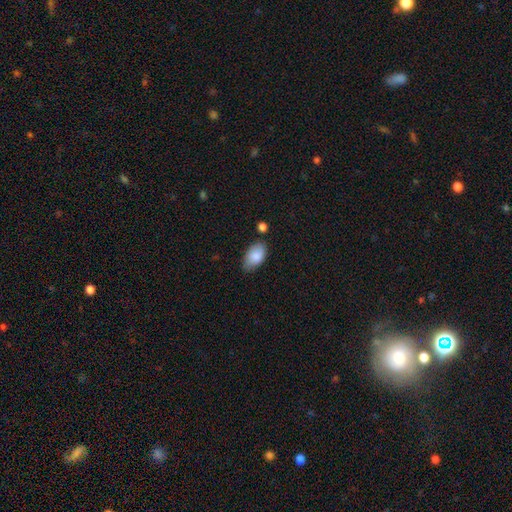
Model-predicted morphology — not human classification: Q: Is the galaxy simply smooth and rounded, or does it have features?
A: smooth — 86%.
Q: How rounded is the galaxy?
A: in between — 94%.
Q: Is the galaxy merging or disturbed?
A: none — 69%.